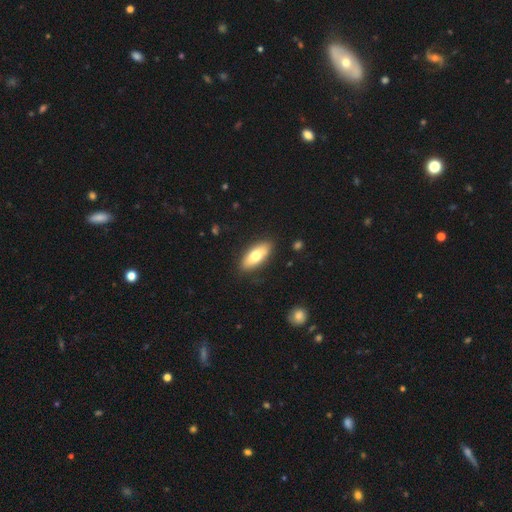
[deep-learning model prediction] This appears to be a smooth galaxy with no disk features (72%) that is in between round and cigar-shaped (79%). Merging: none (87%).